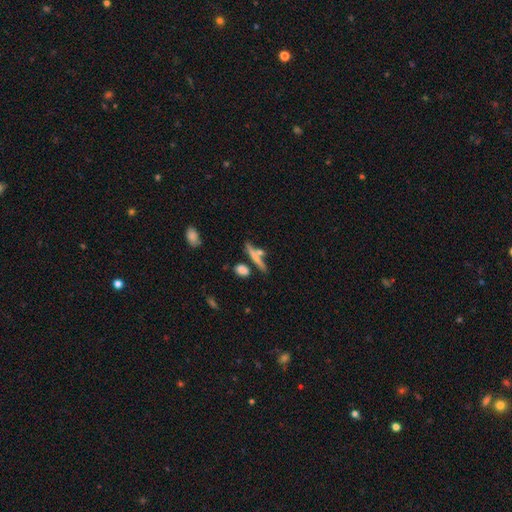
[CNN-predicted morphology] smooth_or_featured: smooth (p=0.58) [alt: featured or disk p=0.32]
how_rounded: cigar-shaped (p=0.81) [alt: in between p=0.14]
merging: none (p=0.58) [alt: merger p=0.25]